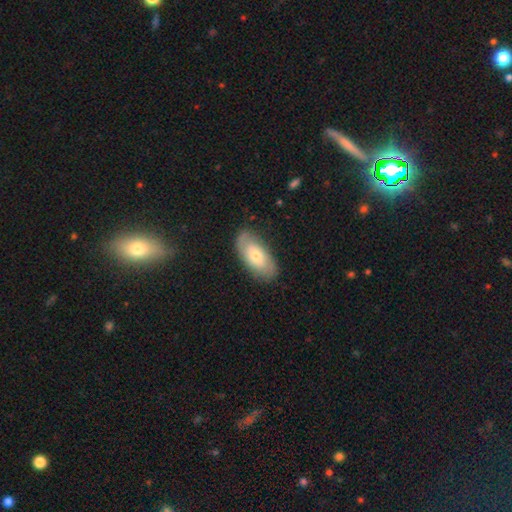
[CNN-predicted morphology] Smooth or featured?
  - smooth: 52% *
  - featured or disk: 42%
  - star or artifact: 6%
How rounded?
  - in between: 90% *
  - cigar-shaped: 6%
  - round: 3%
Merging?
  - none: 81% *
  - minor disturbance: 14%
  - major disturbance: 4%
  - merger: 1%